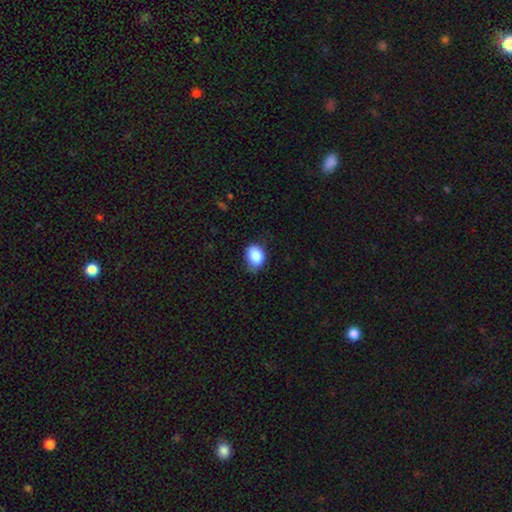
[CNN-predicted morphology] smooth_or_featured: smooth (p=0.86) [alt: star or artifact p=0.08]
how_rounded: in between (p=0.64) [alt: round p=0.35]
merging: none (p=0.64) [alt: minor disturbance p=0.29]